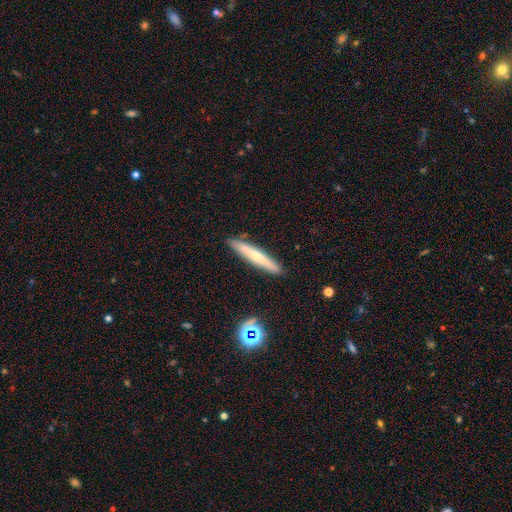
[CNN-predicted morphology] smooth-or-featured: smooth: 58% | featured or disk: 34% | star or artifact: 8%
  how-rounded: cigar-shaped: 94% | in between: 5% | round: 1%
  merging: none: 90% | minor disturbance: 7% | major disturbance: 2% | merger: 1%